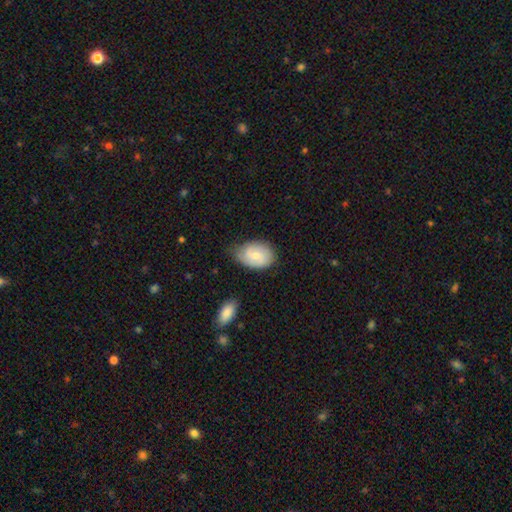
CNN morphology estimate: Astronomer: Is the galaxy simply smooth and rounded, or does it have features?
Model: smooth — 56% (runner-up: featured or disk, 38%).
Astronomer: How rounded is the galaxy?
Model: in between — 83%.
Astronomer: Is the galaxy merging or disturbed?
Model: none — 64%.